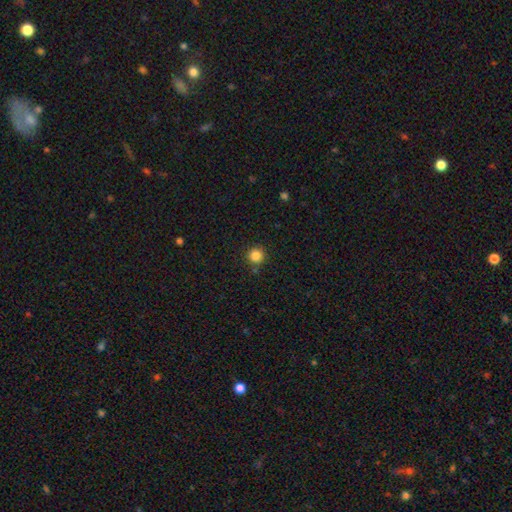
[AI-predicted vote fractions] smooth 84%, star or artifact 12%, featured or disk 4%. Down the decision tree: how rounded — round (95%); merging — none (85%).